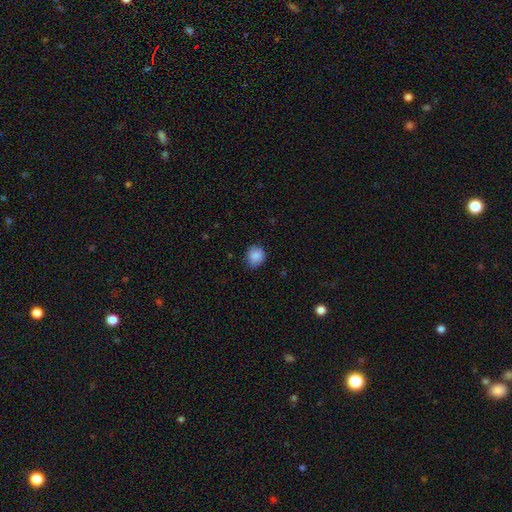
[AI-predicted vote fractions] Morphology: type=smooth (88%); roundness=round (78%); merging=none (76%).